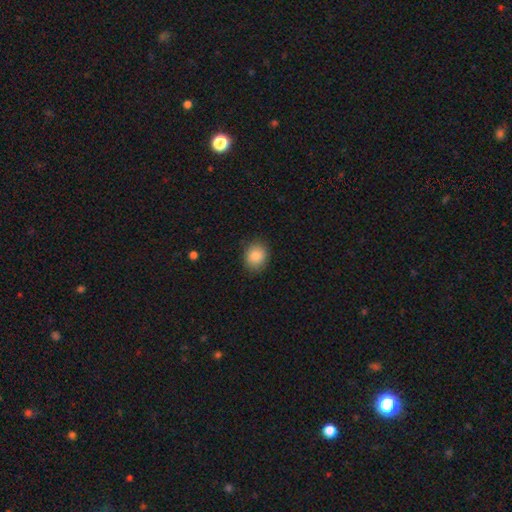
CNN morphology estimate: Smooth or featured: smooth — 85% (star or artifact — 9%)
How rounded: round — 61% (in between — 38%)
Merging: none — 86% (minor disturbance — 10%)